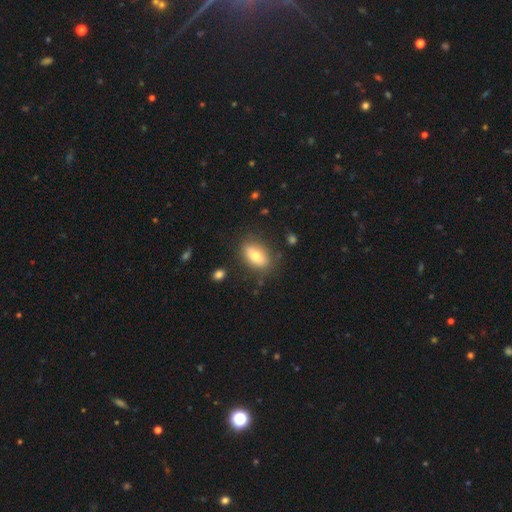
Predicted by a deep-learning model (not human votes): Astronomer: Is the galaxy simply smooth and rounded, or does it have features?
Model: smooth — 74%.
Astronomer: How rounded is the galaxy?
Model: in between — 85%.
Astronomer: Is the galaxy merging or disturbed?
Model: none — 79%.